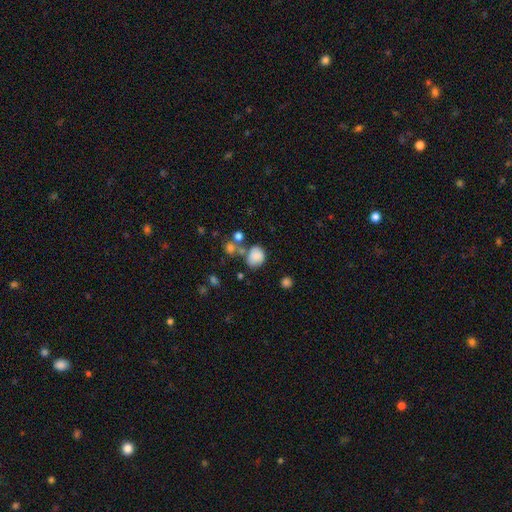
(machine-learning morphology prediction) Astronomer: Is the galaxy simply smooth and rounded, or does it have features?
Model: smooth — 80%.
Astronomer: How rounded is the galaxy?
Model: round — 56% (runner-up: in between, 43%).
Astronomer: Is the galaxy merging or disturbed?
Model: none — 49%.